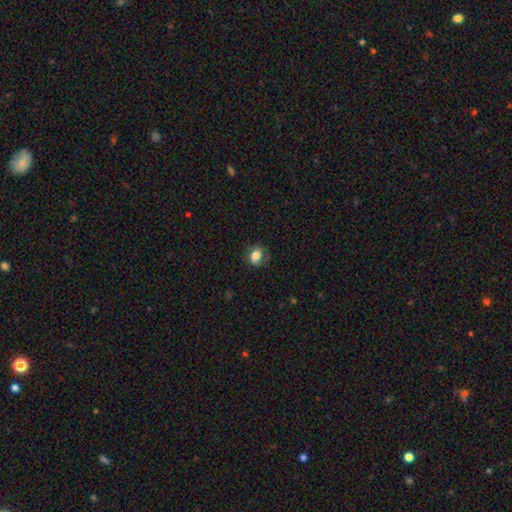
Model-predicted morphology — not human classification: Q: Smooth or featured?
A: smooth (65%); runner-up: featured or disk (25%)
Q: How rounded?
A: in between (56%); runner-up: round (42%)
Q: Merging?
A: none (68%); runner-up: minor disturbance (21%)